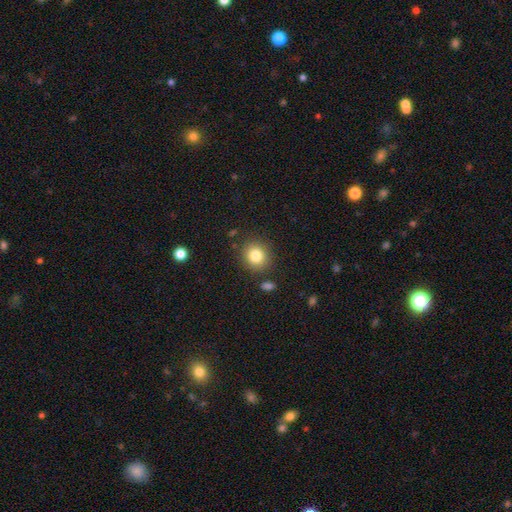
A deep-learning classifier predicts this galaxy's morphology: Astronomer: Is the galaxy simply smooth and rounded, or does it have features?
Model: smooth — 82%.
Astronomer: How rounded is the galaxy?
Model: round — 84%.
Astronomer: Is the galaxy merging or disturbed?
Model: none — 85%.